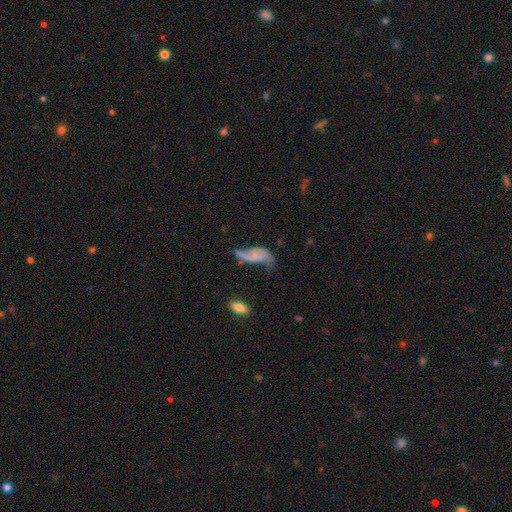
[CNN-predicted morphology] Smooth or featured: featured or disk — 66% (smooth — 25%)
Edge-on disk: no — 94% (yes — 6%)
Bar: no — 60% (weak — 29%)
Spiral arms: yes — 78% (no — 22%)
Bulge size: none — 53% (small — 37%)
Merging: major disturbance — 35% (none — 33%)